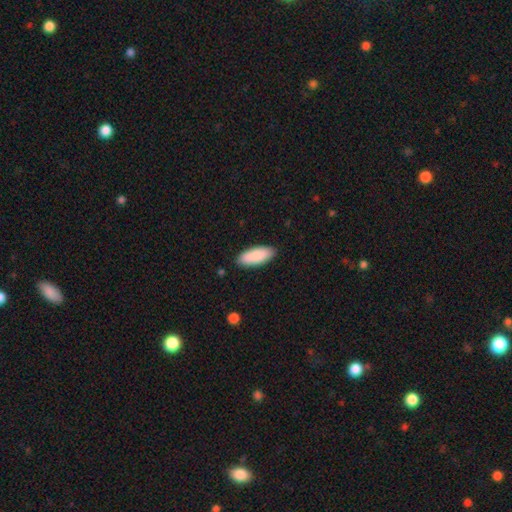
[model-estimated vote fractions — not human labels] Smooth or featured: smooth — 90% (star or artifact — 5%)
How rounded: in between — 81% (cigar-shaped — 17%)
Merging: none — 88% (minor disturbance — 9%)